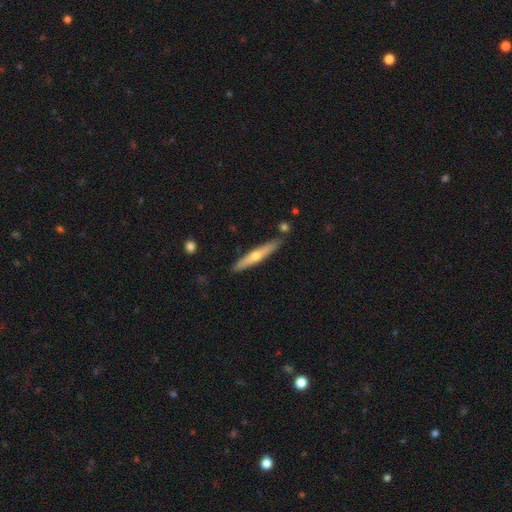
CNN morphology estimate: Smooth or featured?
  - featured or disk: 56% *
  - smooth: 38%
  - star or artifact: 6%
Edge-on disk?
  - yes: 93% *
  - no: 7%
Edge-on bulge?
  - rounded: 83% *
  - none: 15%
  - boxy: 2%
Merging?
  - none: 87% *
  - minor disturbance: 9%
  - merger: 3%
  - major disturbance: 2%